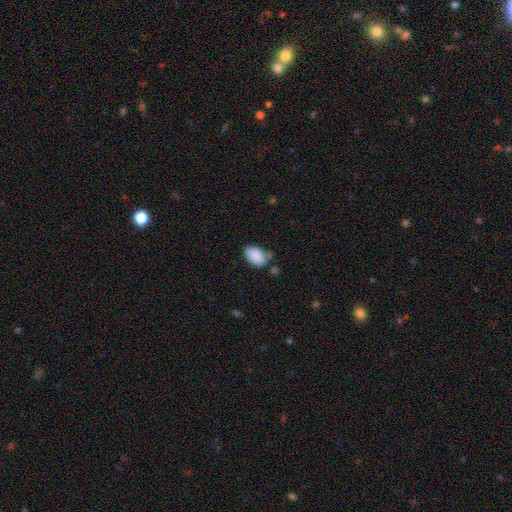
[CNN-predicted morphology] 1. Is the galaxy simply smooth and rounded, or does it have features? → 88% smooth, 7% star or artifact, 5% featured or disk.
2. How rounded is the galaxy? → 90% in between, 9% round, 1% cigar-shaped.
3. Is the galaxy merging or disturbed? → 58% none, 26% minor disturbance, 10% merger, 6% major disturbance.